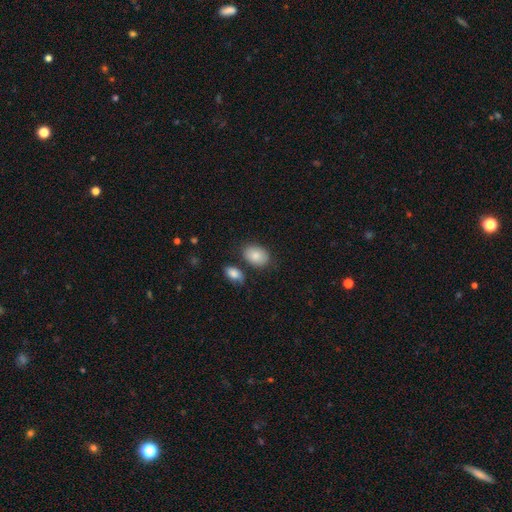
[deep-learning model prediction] Overall: smooth (85%). How rounded: in between (84%). Merging: none (74%).